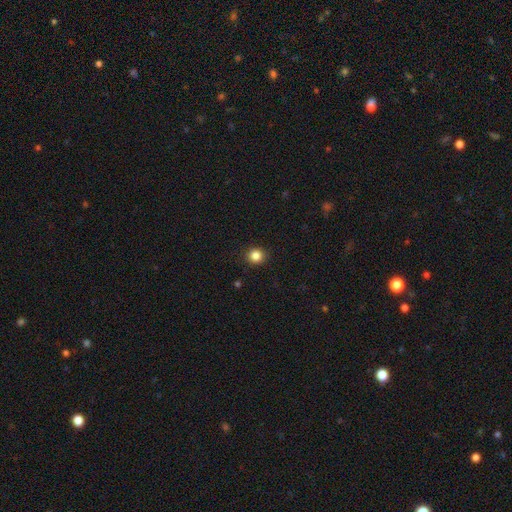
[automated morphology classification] Q: Smooth or featured?
A: smooth (84%); runner-up: star or artifact (11%)
Q: How rounded?
A: round (89%); runner-up: in between (10%)
Q: Merging?
A: none (92%); runner-up: minor disturbance (6%)